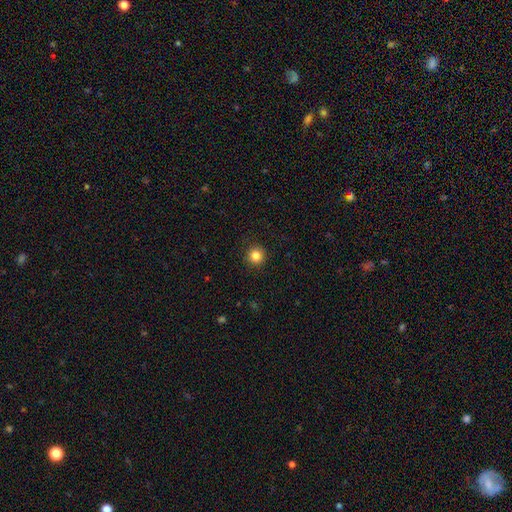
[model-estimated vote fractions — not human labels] smooth-or-featured: smooth: 85% | star or artifact: 11% | featured or disk: 4%
  how-rounded: round: 95% | in between: 4% | cigar-shaped: 1%
  merging: none: 92% | minor disturbance: 5% | major disturbance: 2% | merger: 1%